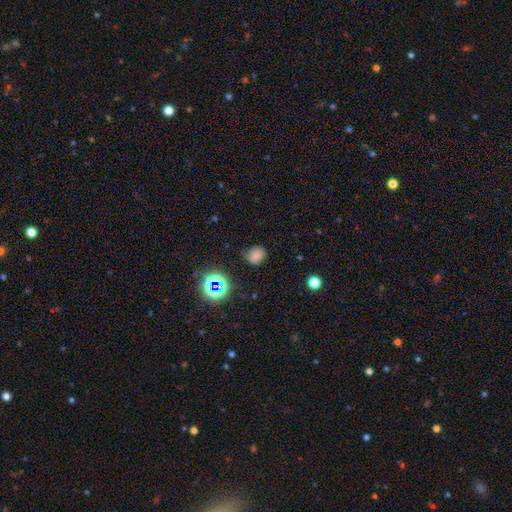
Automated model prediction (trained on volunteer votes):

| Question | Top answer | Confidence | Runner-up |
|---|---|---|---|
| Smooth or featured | smooth | 70% | star or artifact (22%) |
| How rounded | round | 69% | in between (30%) |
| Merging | none | 74% | minor disturbance (19%) |